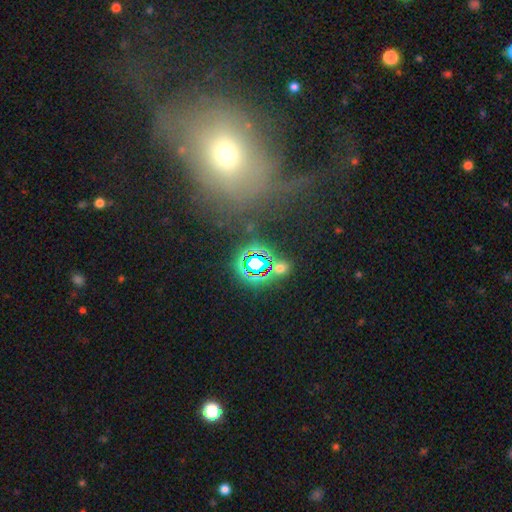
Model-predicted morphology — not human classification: Smooth or featured? star or artifact (38%)